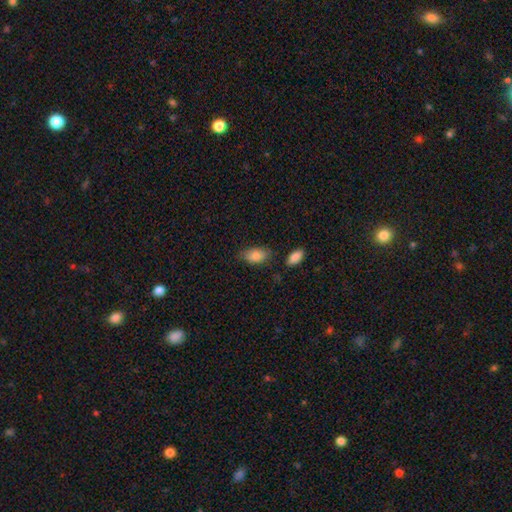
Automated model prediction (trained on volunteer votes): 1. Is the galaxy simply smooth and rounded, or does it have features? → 86% smooth, 7% star or artifact, 7% featured or disk.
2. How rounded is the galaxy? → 92% in between, 4% round, 4% cigar-shaped.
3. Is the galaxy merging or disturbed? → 67% none, 23% minor disturbance, 5% major disturbance, 4% merger.